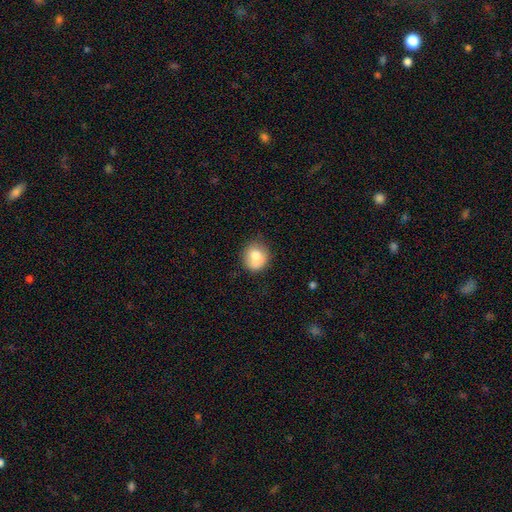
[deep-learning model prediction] Q: Smooth or featured?
A: smooth (77%); runner-up: featured or disk (14%)
Q: How rounded?
A: round (82%); runner-up: in between (17%)
Q: Merging?
A: none (69%); runner-up: minor disturbance (21%)